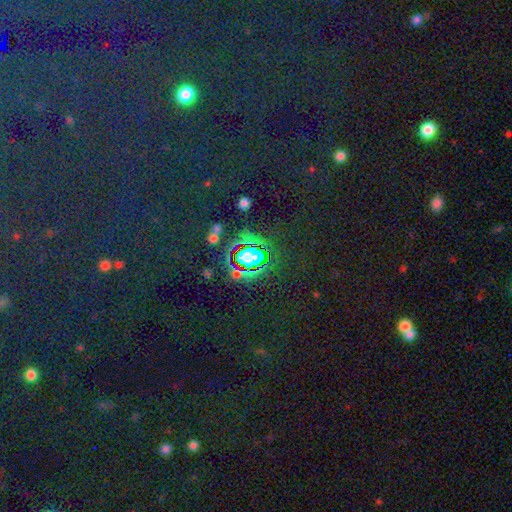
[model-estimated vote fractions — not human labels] smooth_or_featured: star or artifact (p=0.79) [alt: smooth p=0.13]